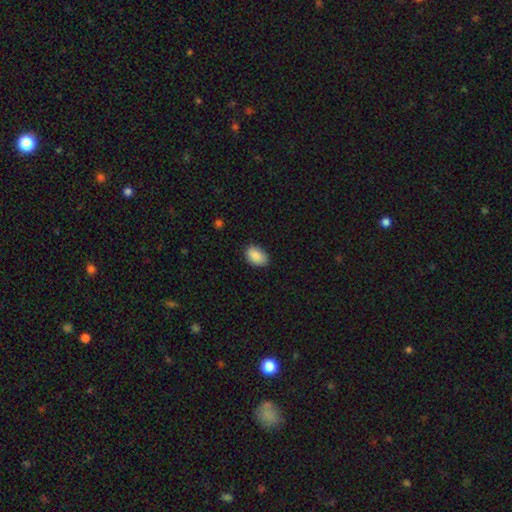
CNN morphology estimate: smooth 89%, star or artifact 7%, featured or disk 4%. Down the decision tree: how rounded — in between (88%); merging — none (82%).